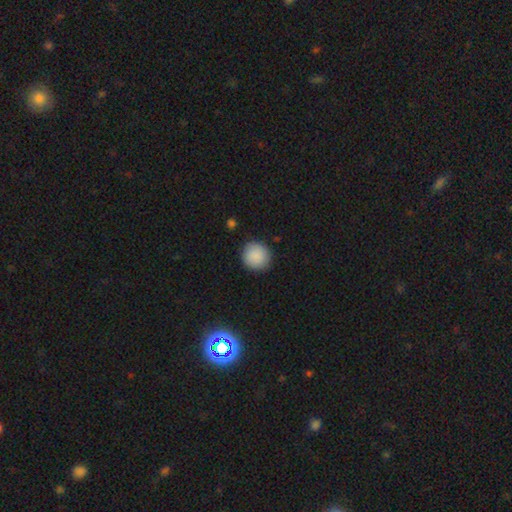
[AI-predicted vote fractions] Smooth or featured: smooth — 89% (star or artifact — 7%)
How rounded: round — 92% (in between — 7%)
Merging: none — 89% (minor disturbance — 8%)